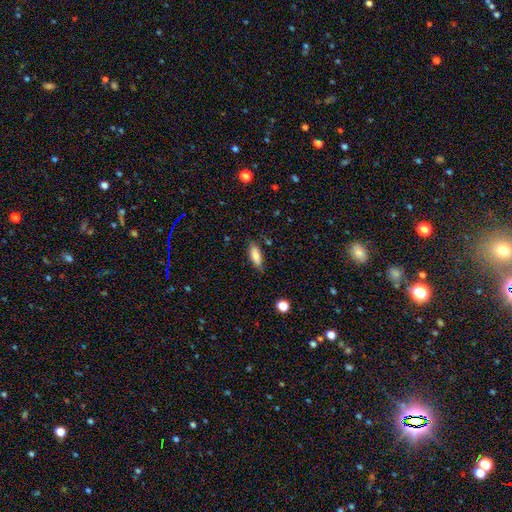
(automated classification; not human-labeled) This appears to be a smooth galaxy with no disk features (82%) that is in between round and cigar-shaped (71%). Merging: none (76%).